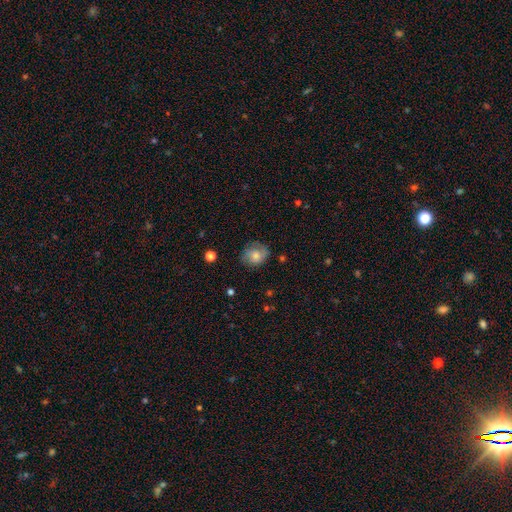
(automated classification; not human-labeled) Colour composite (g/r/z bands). It shows a smooth galaxy with no disk features (71%) that is round (74%). Merging: none (71%).